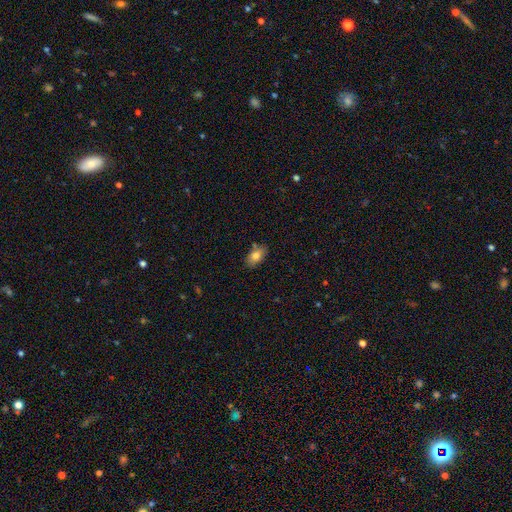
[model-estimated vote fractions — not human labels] Smooth or featured? Predicted: smooth (p=0.81). How rounded? Predicted: in between (p=0.90). Merging? Predicted: none (p=0.80).